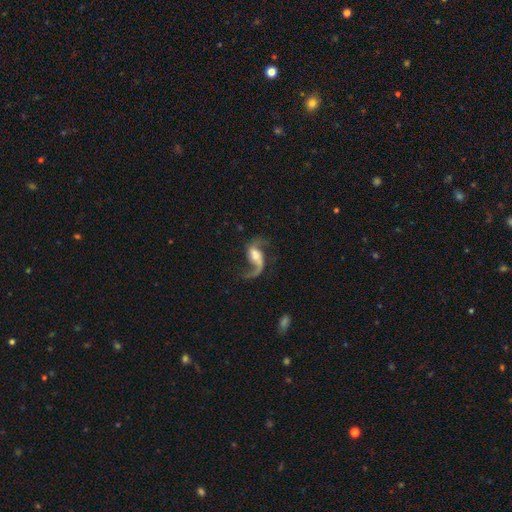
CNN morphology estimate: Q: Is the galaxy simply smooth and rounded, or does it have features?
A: featured or disk — 83%.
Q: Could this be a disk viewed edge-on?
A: no — 96%.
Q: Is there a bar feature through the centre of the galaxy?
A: weak — 42%.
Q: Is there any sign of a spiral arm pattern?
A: yes — 94%.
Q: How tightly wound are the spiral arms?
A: loose — 81%.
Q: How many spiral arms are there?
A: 2 — 67%.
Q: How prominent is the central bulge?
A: moderate — 40%.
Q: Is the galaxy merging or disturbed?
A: none — 50%.